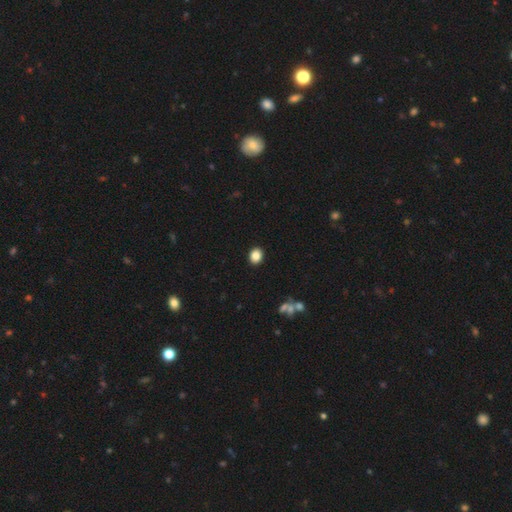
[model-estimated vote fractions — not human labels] Smooth or featured? smooth (86%)
How rounded? round (57%)
Merging? none (92%)